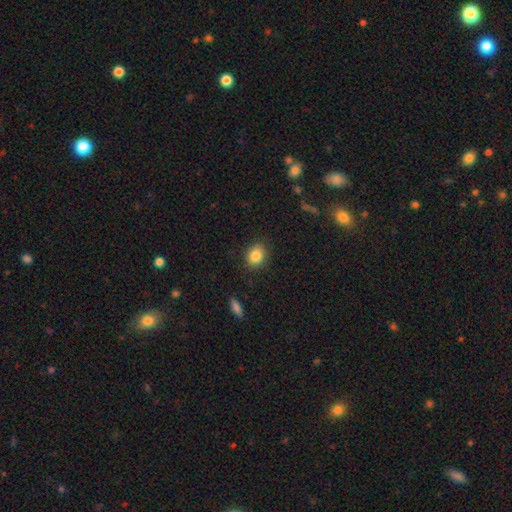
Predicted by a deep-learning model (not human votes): Smooth or featured: smooth — 85% (star or artifact — 9%)
How rounded: round — 55% (in between — 44%)
Merging: none — 87% (minor disturbance — 10%)